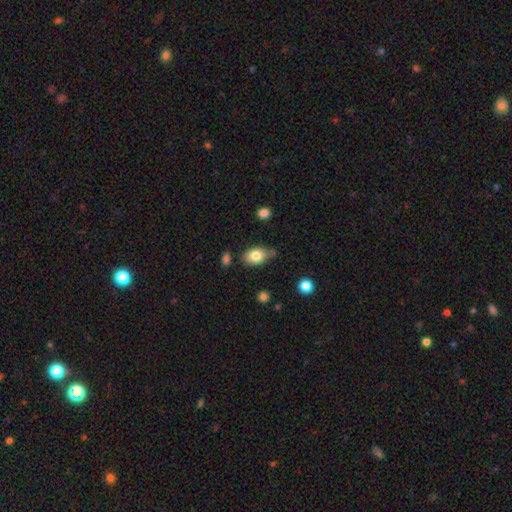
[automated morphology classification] Overall: smooth (81%). How rounded: in between (83%). Merging: none (65%).